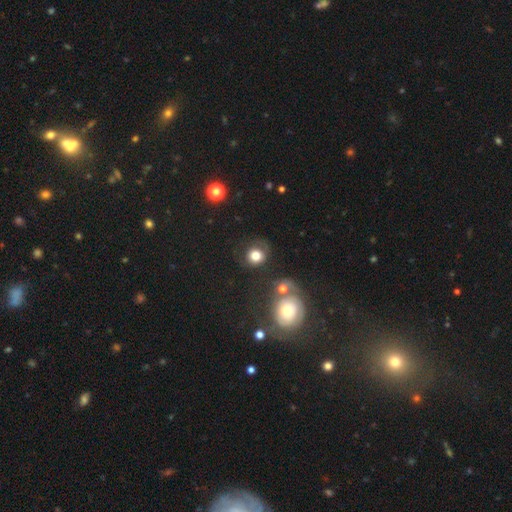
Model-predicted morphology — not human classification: smooth_or_featured: smooth (p=0.78) [alt: star or artifact p=0.11]
how_rounded: round (p=0.83) [alt: in between p=0.16]
merging: none (p=0.68) [alt: minor disturbance p=0.15]